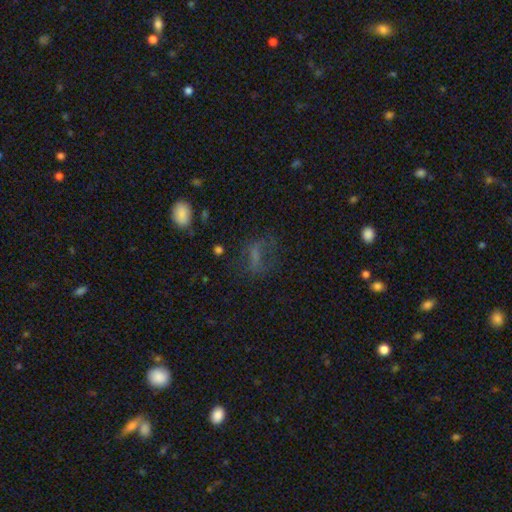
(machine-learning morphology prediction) Smooth or featured: smooth — 45% (featured or disk — 31%)
Merging: none — 51% (major disturbance — 27%)